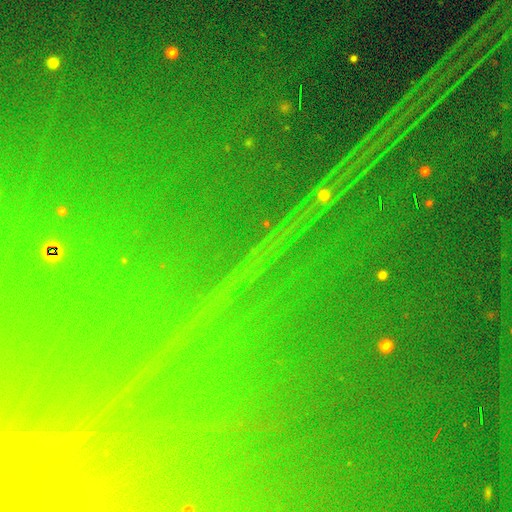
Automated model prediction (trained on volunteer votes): smooth_or_featured: star or artifact (p=0.87) [alt: featured or disk p=0.07]